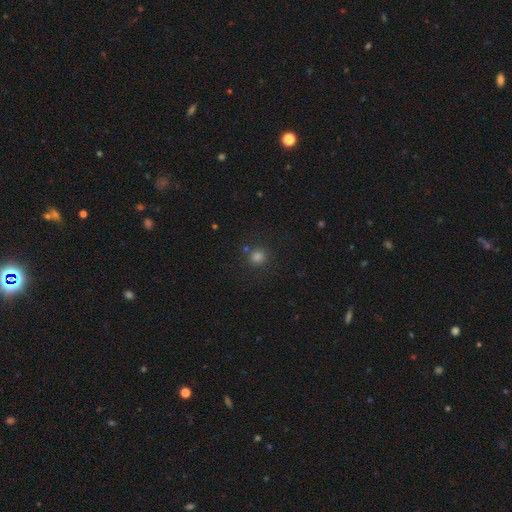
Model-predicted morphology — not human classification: The model was most divided on "smooth or featured": smooth: 68%, star or artifact: 26%, featured or disk: 6%. More confident: how rounded — round (93%); merging — none (83%).